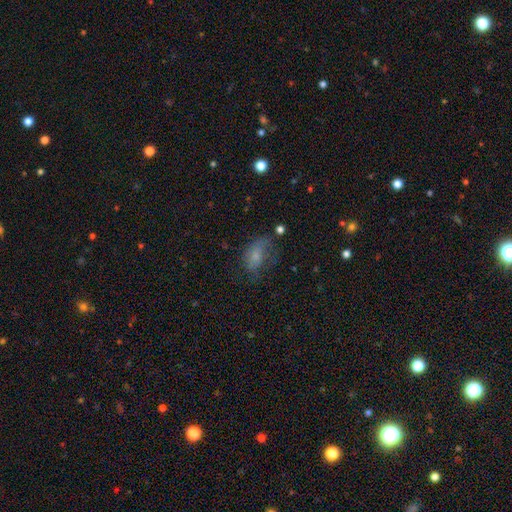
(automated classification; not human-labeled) Smooth or featured? Predicted: smooth (p=0.63). How rounded? Predicted: in between (p=0.85). Merging? Predicted: none (p=0.39).